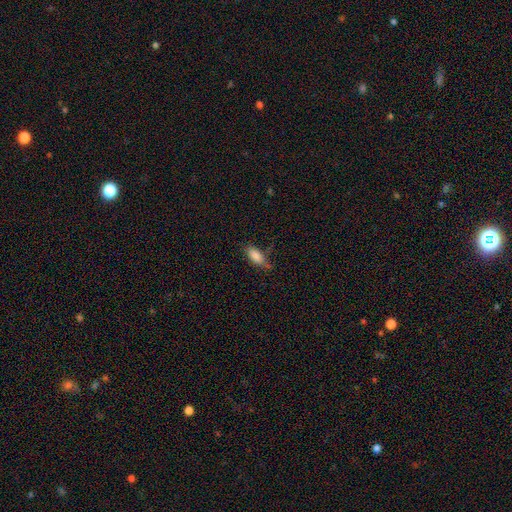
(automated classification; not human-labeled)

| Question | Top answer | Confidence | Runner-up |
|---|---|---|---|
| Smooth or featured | smooth | 80% | featured or disk (12%) |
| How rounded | in between | 82% | cigar-shaped (15%) |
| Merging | none | 58% | minor disturbance (29%) |